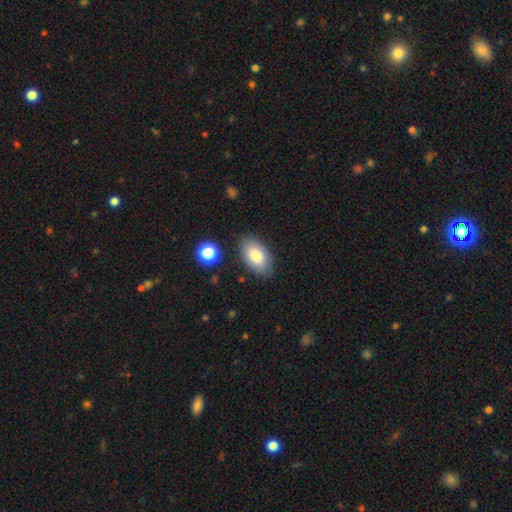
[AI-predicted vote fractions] This is clearly a smooth galaxy (82%). How rounded: clearly in between (94%). Merging: clearly none (82%).